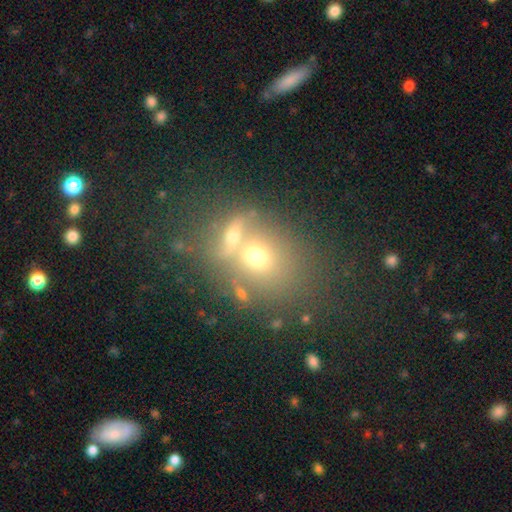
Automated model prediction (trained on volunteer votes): The model was most divided on "how rounded": round: 57%, in between: 42%, cigar-shaped: 2%. More confident: smooth or featured — smooth (55%); merging — merger (54%).